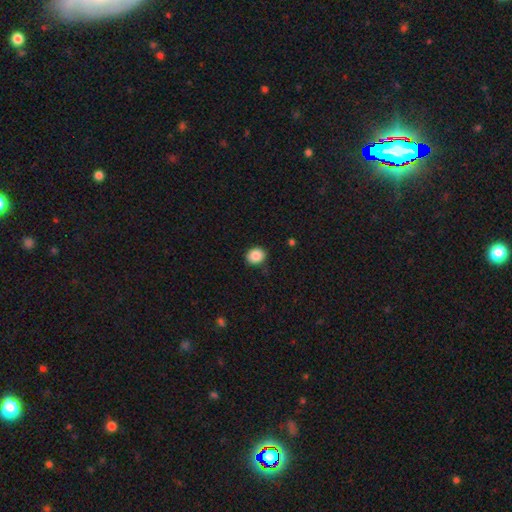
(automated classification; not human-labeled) This appears to be a smooth galaxy with no disk features (87%) that is round (68%). Merging: none (84%).